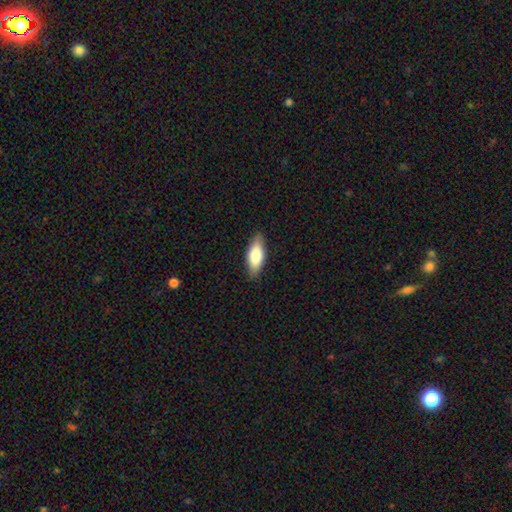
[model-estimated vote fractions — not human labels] Smooth or featured? Predicted: smooth (p=0.77). How rounded? Predicted: in between (p=0.74). Merging? Predicted: none (p=0.86).